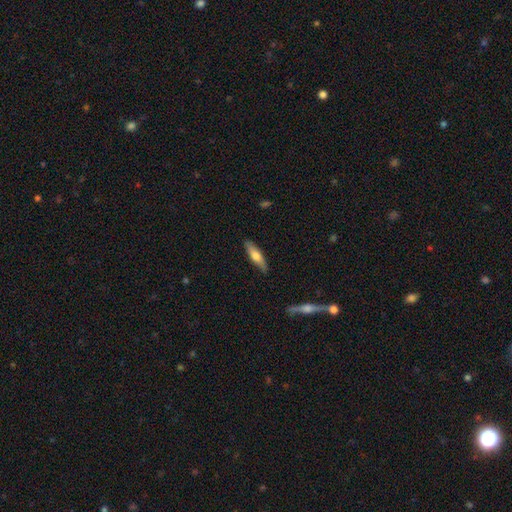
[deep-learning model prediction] Morphology: type=smooth (62%); roundness=cigar-shaped (66%); merging=none (85%).